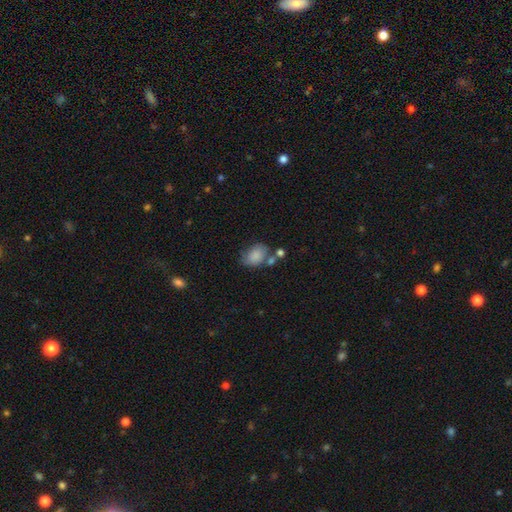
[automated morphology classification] Smooth or featured: smooth — 82% (featured or disk — 9%)
How rounded: in between — 74% (round — 25%)
Merging: none — 51% (minor disturbance — 23%)